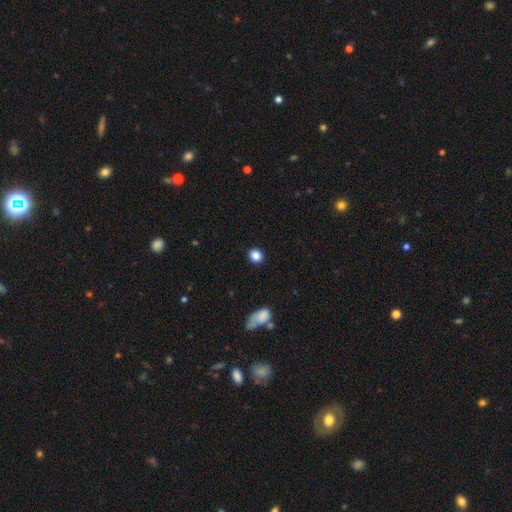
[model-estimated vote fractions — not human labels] A smooth galaxy with no disk features (87%) that is round (81%).

Vote fractions:
- Smooth or featured? smooth: 87% / star or artifact: 10% / featured or disk: 4%
- How rounded? round: 81% / in between: 18% / cigar-shaped: 1%
- Merging? none: 89% / minor disturbance: 7% / major disturbance: 2% / merger: 2%